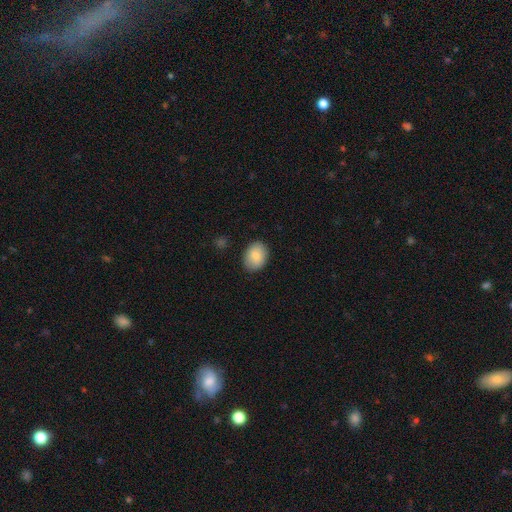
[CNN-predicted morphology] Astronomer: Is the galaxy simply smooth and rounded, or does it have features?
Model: smooth — 86%.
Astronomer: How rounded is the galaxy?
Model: in between — 65%.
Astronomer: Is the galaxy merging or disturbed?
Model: none — 87%.